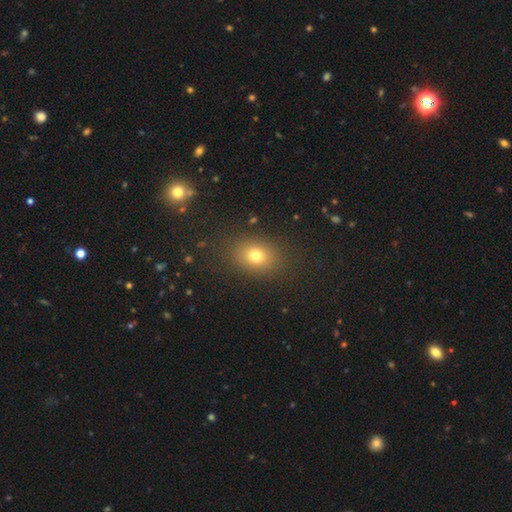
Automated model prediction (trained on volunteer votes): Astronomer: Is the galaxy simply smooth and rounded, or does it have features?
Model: smooth — 75%.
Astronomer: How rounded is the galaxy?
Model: in between — 58% (runner-up: round, 40%).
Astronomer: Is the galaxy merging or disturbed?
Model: none — 86%.